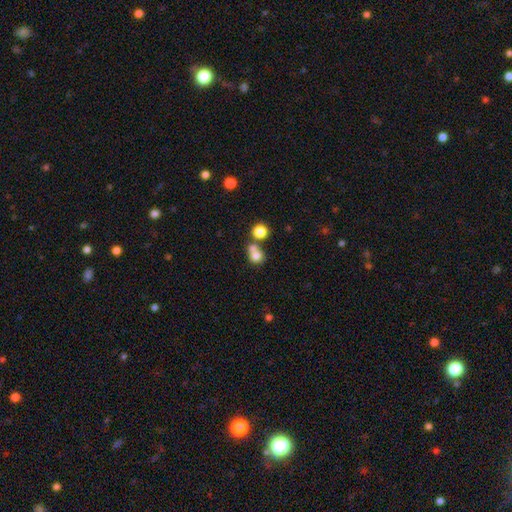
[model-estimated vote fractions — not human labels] A smooth galaxy with no disk features (75%) that is round (78%). Merging: merger (52%).